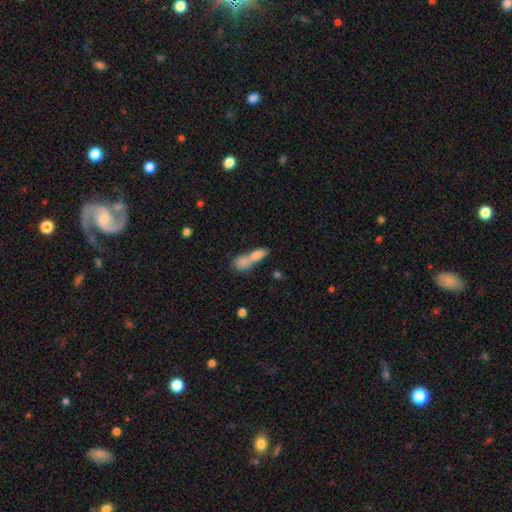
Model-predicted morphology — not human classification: Overall: smooth (78%). How rounded: in between (61%; cigar-shaped 29%). Merging: merger (66%).